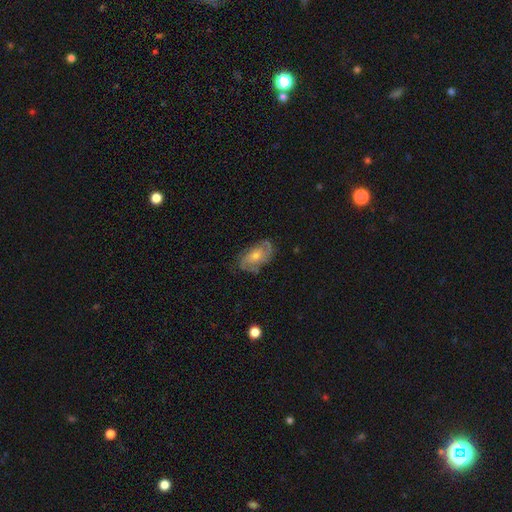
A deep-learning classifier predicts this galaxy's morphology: A featured or disk galaxy (73%) with no bar (70%), 2 (55%) tight (45%) spiral arms (91%) and a moderate central bulge (48%). Merging: none (74%).